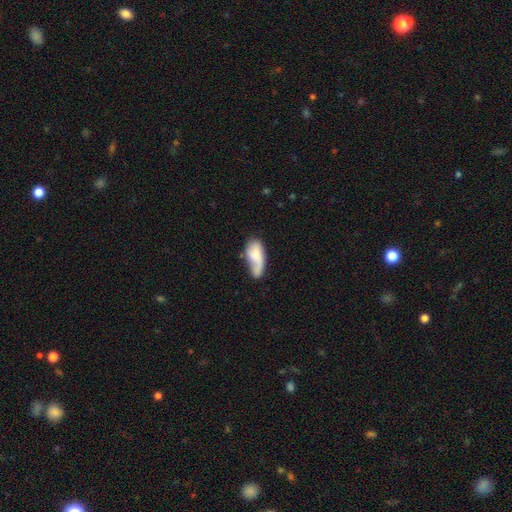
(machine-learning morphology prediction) A smooth galaxy with no disk features (61%) that is in between round and cigar-shaped (86%).

Vote fractions:
- Smooth or featured? smooth: 61% / featured or disk: 32% / star or artifact: 6%
- How rounded? in between: 86% / cigar-shaped: 11% / round: 3%
- Merging? none: 34% / minor disturbance: 31% / major disturbance: 24% / merger: 12%